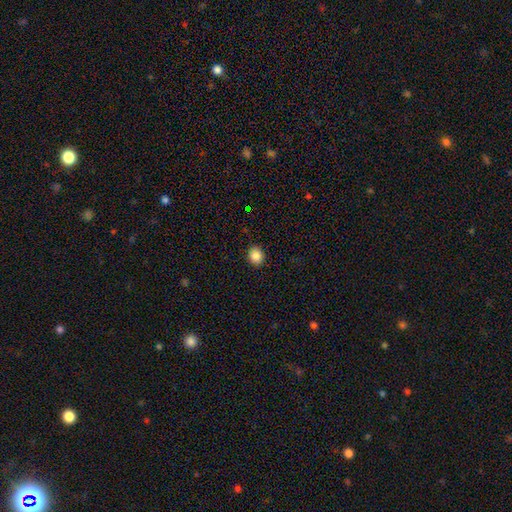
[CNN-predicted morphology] Smooth or featured? smooth (86%)
How rounded? round (72%)
Merging? none (90%)